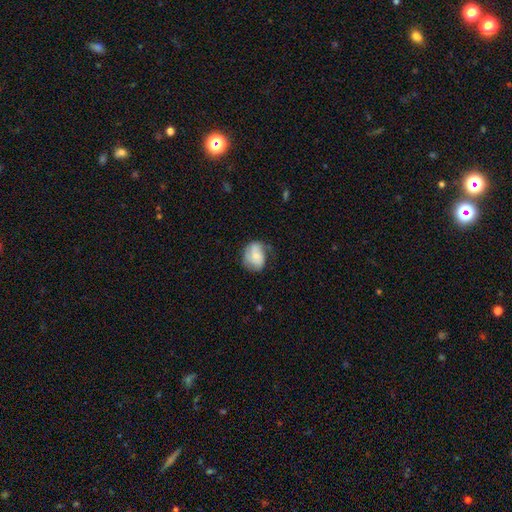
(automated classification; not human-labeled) This appears to be a featured or disk galaxy (50%). Merging: none (53%).